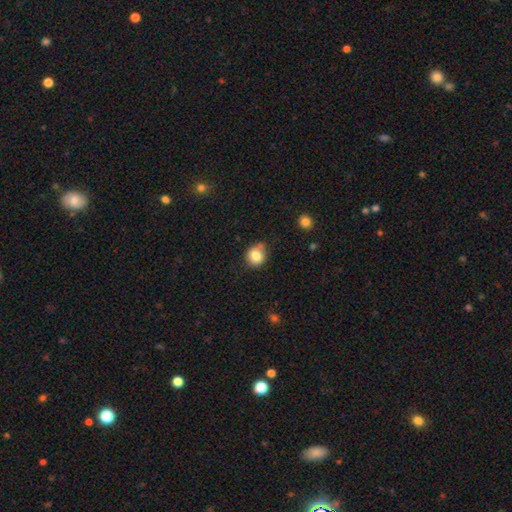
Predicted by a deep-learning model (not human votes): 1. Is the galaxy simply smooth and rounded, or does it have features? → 80% smooth, 11% star or artifact, 9% featured or disk.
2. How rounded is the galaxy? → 80% round, 19% in between, 1% cigar-shaped.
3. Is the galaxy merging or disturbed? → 67% none, 23% minor disturbance, 6% merger, 4% major disturbance.